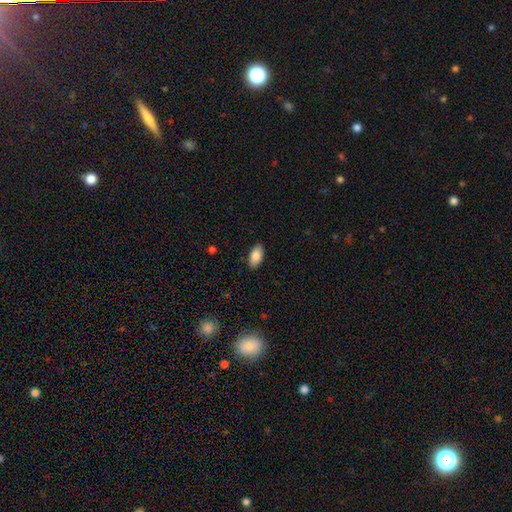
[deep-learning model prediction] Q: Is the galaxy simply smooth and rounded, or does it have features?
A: smooth — 85%.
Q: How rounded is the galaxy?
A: in between — 93%.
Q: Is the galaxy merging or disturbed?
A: none — 88%.